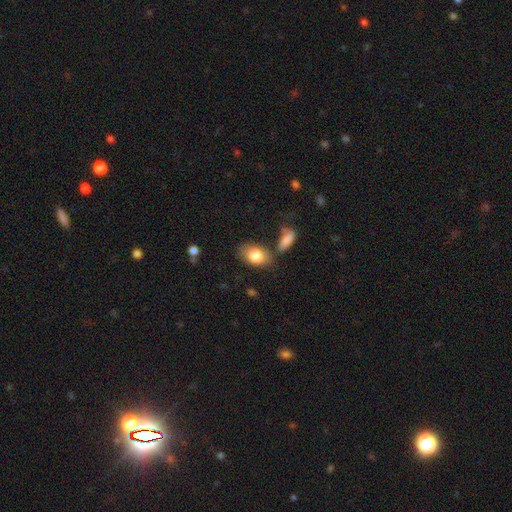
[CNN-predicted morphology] A smooth galaxy with no disk features (82%) that is in between round and cigar-shaped (86%).

Vote fractions:
- Smooth or featured? smooth: 82% / featured or disk: 12% / star or artifact: 7%
- How rounded? in between: 86% / round: 12% / cigar-shaped: 2%
- Merging? none: 66% / minor disturbance: 17% / merger: 12% / major disturbance: 6%